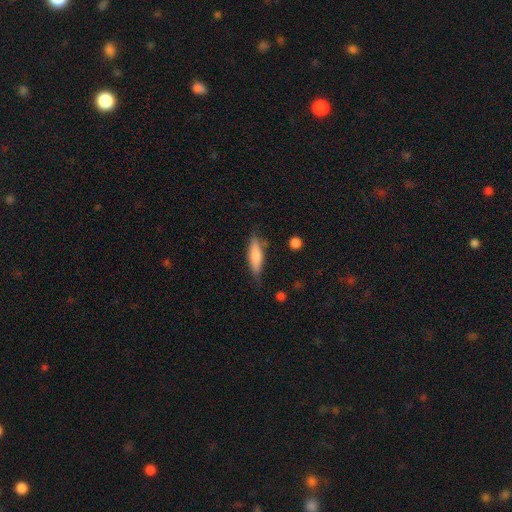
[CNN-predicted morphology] Smooth or featured? smooth (76%)
How rounded? cigar-shaped (60%)
Merging? none (72%)